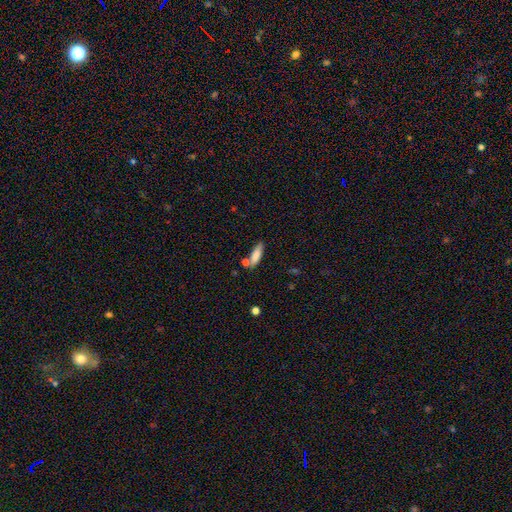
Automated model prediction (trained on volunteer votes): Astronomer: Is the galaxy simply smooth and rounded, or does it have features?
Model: smooth — 81%.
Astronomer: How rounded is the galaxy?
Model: cigar-shaped — 56% (runner-up: in between, 42%).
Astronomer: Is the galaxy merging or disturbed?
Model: none — 67%.